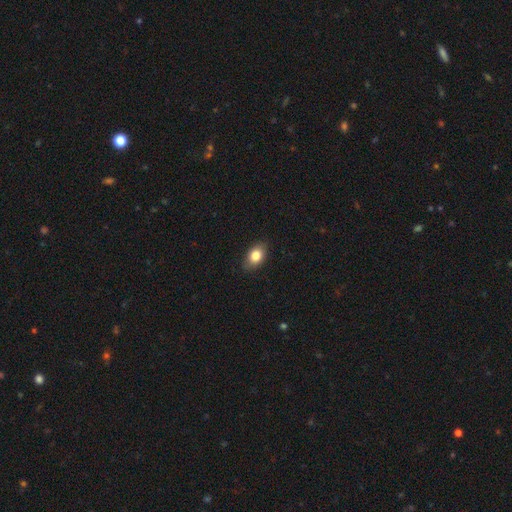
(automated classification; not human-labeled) Q: Smooth or featured?
A: smooth (82%); runner-up: featured or disk (10%)
Q: How rounded?
A: in between (84%); runner-up: round (14%)
Q: Merging?
A: none (85%); runner-up: minor disturbance (12%)